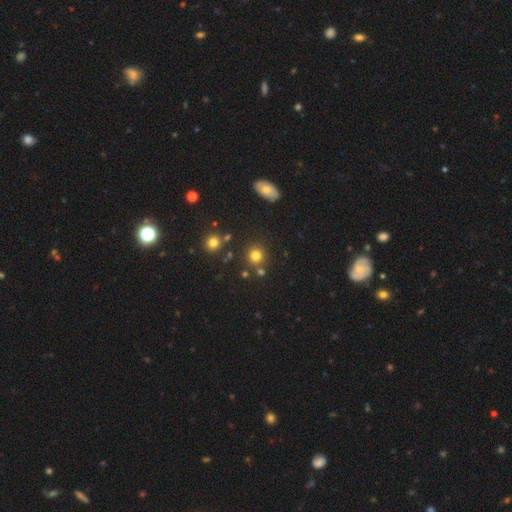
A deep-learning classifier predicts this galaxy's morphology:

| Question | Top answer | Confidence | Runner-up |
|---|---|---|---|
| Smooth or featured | smooth | 78% | star or artifact (14%) |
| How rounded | round | 90% | in between (9%) |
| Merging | none | 80% | merger (9%) |